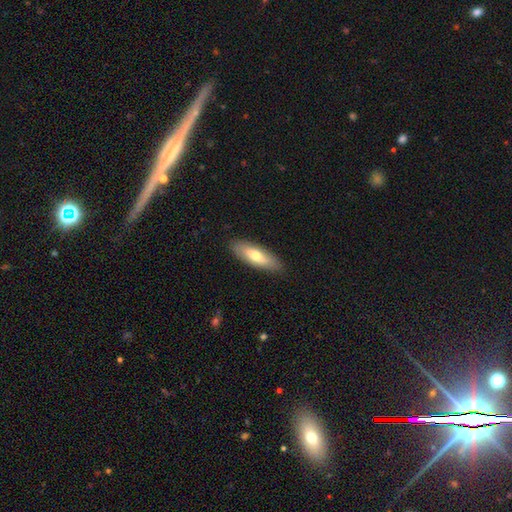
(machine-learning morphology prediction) Smooth or featured? Predicted: smooth (p=0.66). How rounded? Predicted: in between (p=0.59). Merging? Predicted: none (p=0.88).